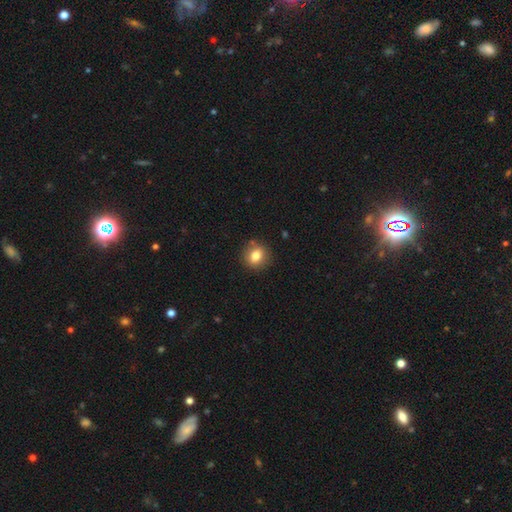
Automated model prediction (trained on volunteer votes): This is clearly a smooth galaxy (81%). How rounded: likely round (71%). Merging: clearly none (86%).